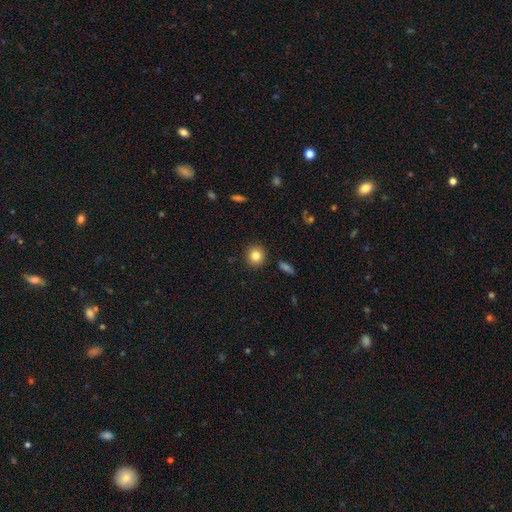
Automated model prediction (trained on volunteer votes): Smooth or featured? smooth (83%)
How rounded? round (91%)
Merging? none (91%)